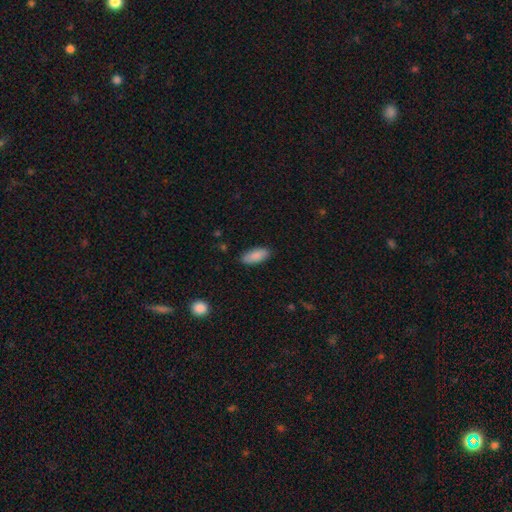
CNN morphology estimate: This appears to be a smooth galaxy with no disk features (89%) that is in between round and cigar-shaped (84%). Merging: none (86%).